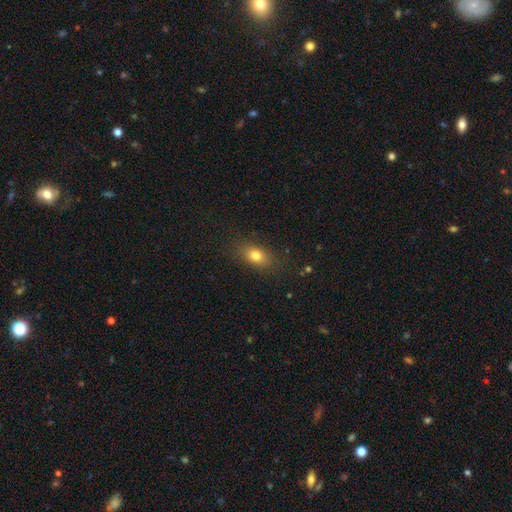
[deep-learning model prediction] This is likely a smooth galaxy (78%). How rounded: likely in between (75%). Merging: clearly none (83%).